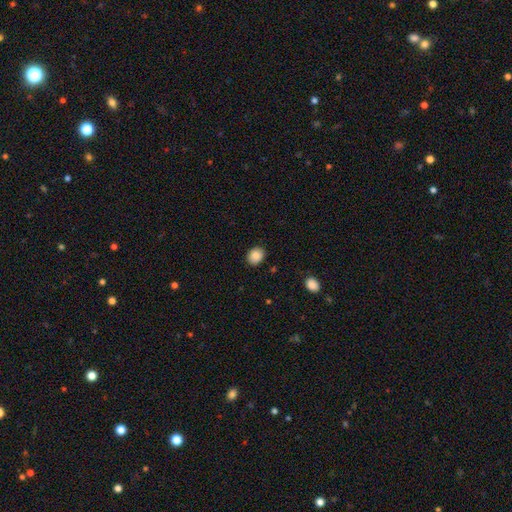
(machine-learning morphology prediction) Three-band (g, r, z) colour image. It shows a smooth galaxy with no disk features (88%) that is round (60%). Merging: none (88%).